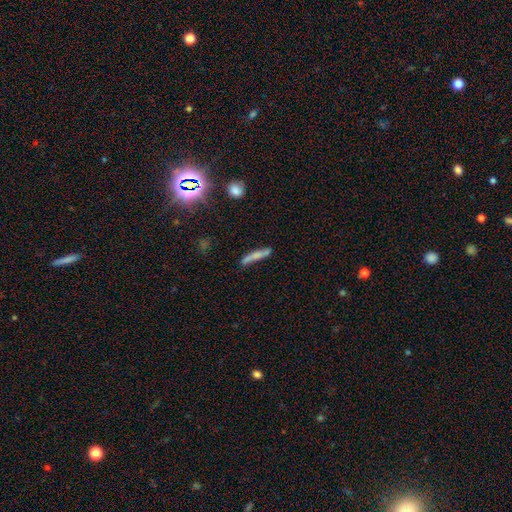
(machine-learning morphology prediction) type=smooth (62%); roundness=cigar-shaped (89%); merging=none (68%).